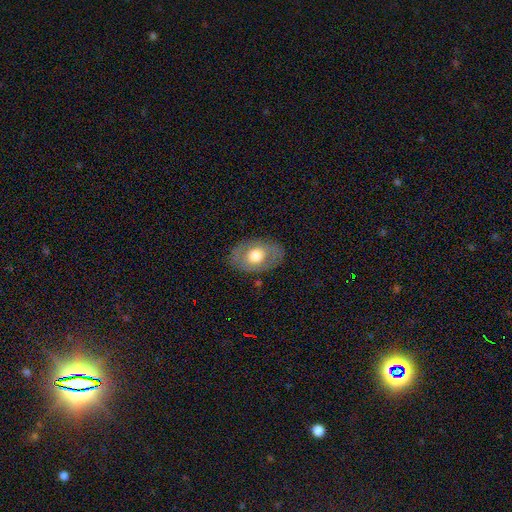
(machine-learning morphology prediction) smooth-or-featured: smooth: 56% | featured or disk: 38% | star or artifact: 6%
  how-rounded: in between: 81% | round: 18% | cigar-shaped: 1%
  merging: none: 81% | minor disturbance: 13% | major disturbance: 5% | merger: 1%